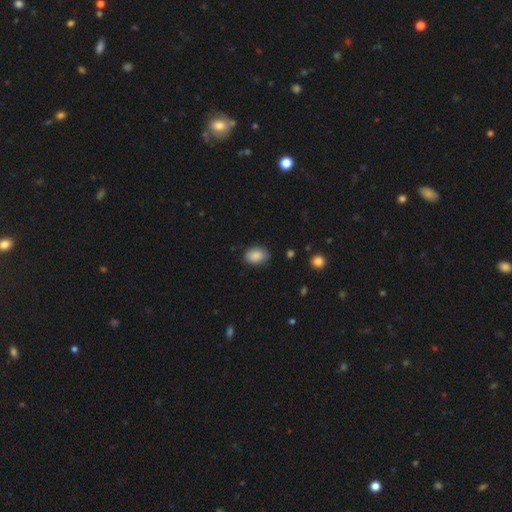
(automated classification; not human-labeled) Smooth or featured: smooth — 88% (star or artifact — 7%)
How rounded: in between — 75% (round — 24%)
Merging: none — 82% (minor disturbance — 14%)